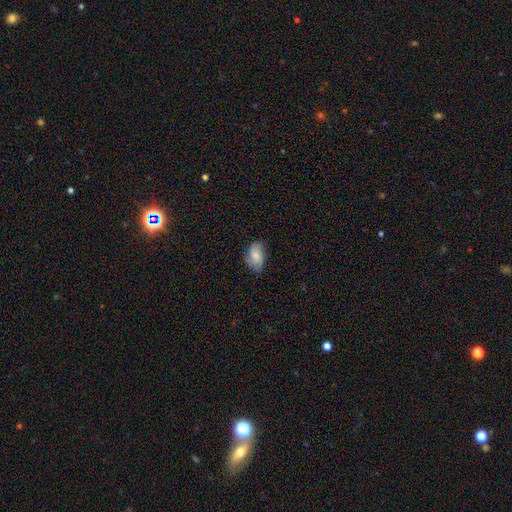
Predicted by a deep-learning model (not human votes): Q: Smooth or featured?
A: smooth (75%); runner-up: featured or disk (18%)
Q: How rounded?
A: in between (89%); runner-up: round (10%)
Q: Merging?
A: none (63%); runner-up: minor disturbance (29%)